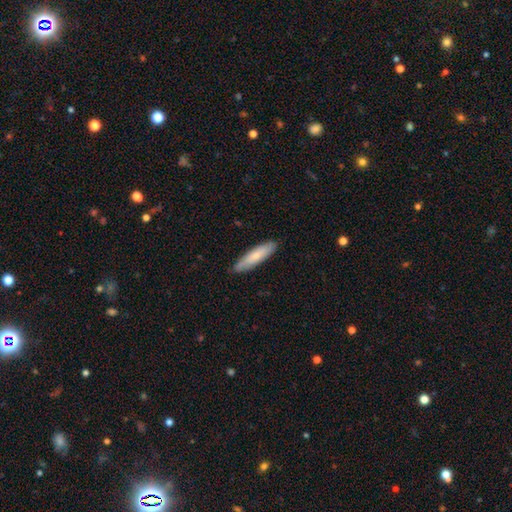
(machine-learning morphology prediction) Smooth or featured: smooth — 70% (featured or disk — 25%)
How rounded: cigar-shaped — 75% (in between — 24%)
Merging: none — 86% (minor disturbance — 11%)